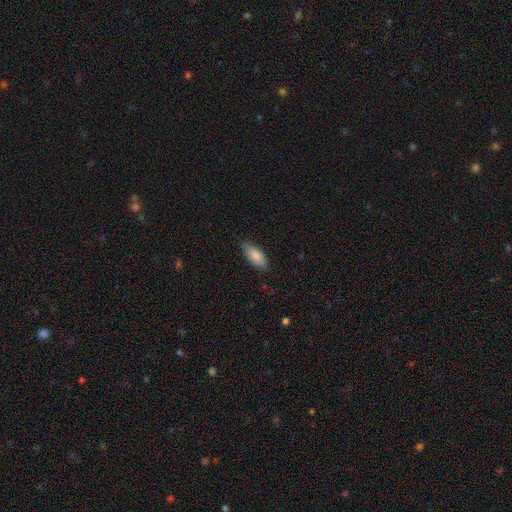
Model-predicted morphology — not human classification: The model was most divided on "merging": none: 81%, minor disturbance: 15%, major disturbance: 2%, merger: 1%. More confident: smooth or featured — smooth (85%); how rounded — in between (83%).